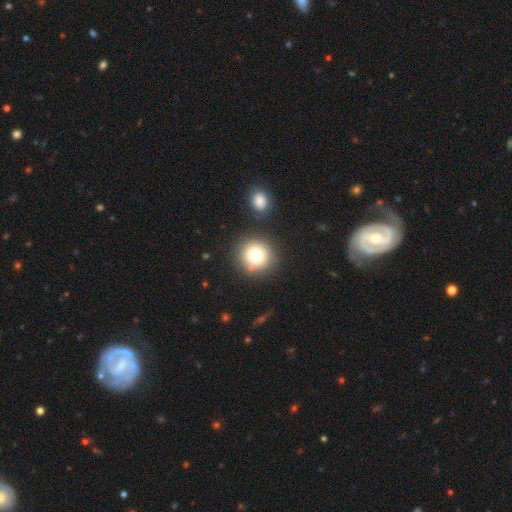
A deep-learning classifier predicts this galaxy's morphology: smooth 75%, featured or disk 13%, star or artifact 12%. Down the decision tree: how rounded — round (94%); merging — none (80%).